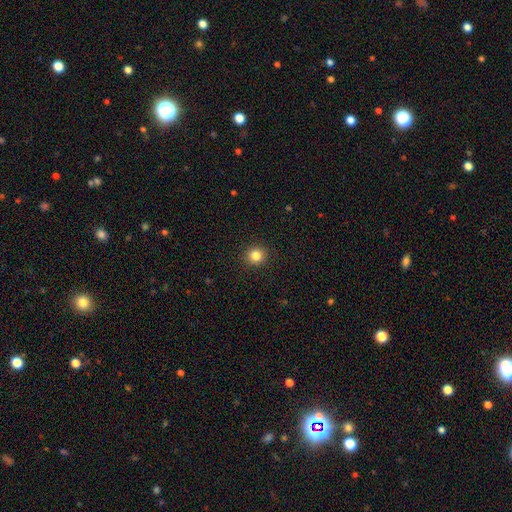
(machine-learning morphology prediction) Overall: smooth (83%). How rounded: round (87%). Merging: none (92%).